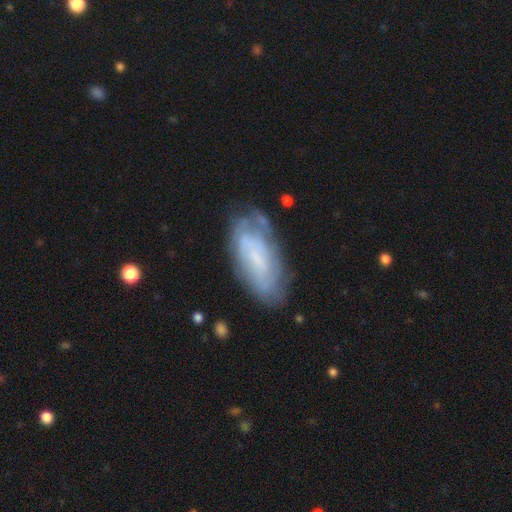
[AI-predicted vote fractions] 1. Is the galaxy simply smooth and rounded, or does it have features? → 56% featured or disk, 36% smooth, 8% star or artifact.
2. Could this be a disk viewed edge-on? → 90% no, 10% yes.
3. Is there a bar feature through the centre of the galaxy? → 53% no, 36% weak, 12% strong.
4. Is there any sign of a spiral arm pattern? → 62% yes, 38% no.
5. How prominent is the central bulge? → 49% small, 28% none, 17% moderate, 4% large, 1% dominant.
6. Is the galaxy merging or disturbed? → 63% none, 23% minor disturbance, 10% major disturbance, 4% merger.